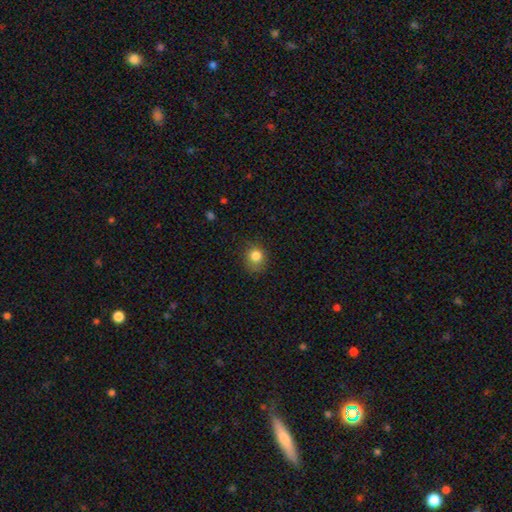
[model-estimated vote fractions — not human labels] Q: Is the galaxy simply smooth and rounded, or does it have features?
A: smooth — 82%.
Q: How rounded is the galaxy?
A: round — 80%.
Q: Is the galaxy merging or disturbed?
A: none — 74%.